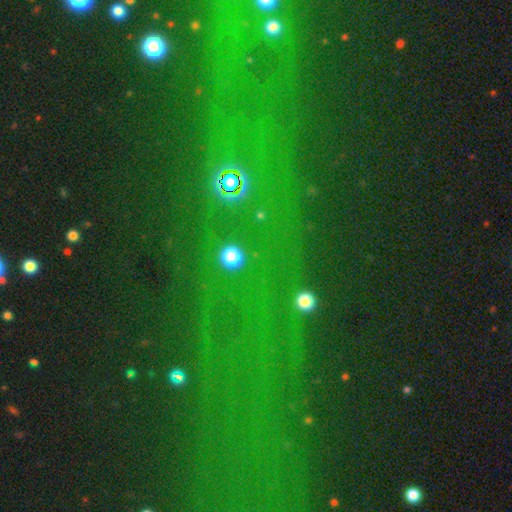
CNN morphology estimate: A star or artifact, not a galaxy (74%).